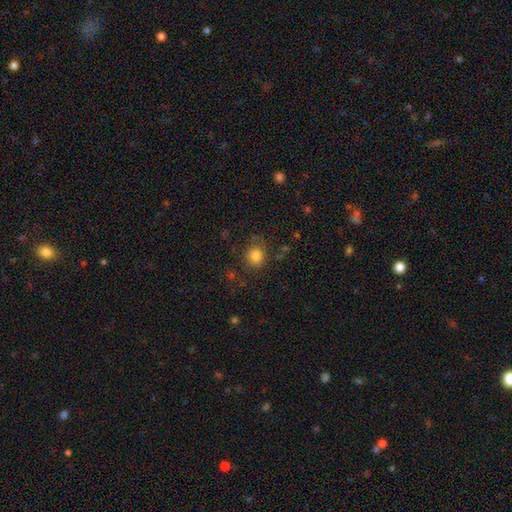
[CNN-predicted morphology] smooth-or-featured: smooth: 81% | star or artifact: 11% | featured or disk: 8%
  how-rounded: round: 82% | in between: 17% | cigar-shaped: 1%
  merging: none: 74% | minor disturbance: 16% | major disturbance: 7% | merger: 3%